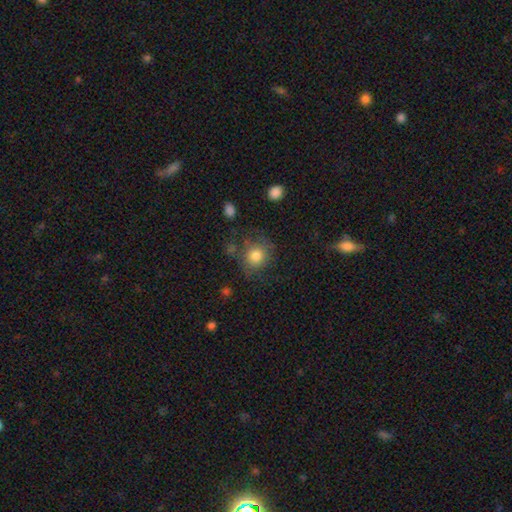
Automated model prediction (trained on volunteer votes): This is likely a smooth galaxy (80%). How rounded: clearly round (84%). Merging: likely none (71%).